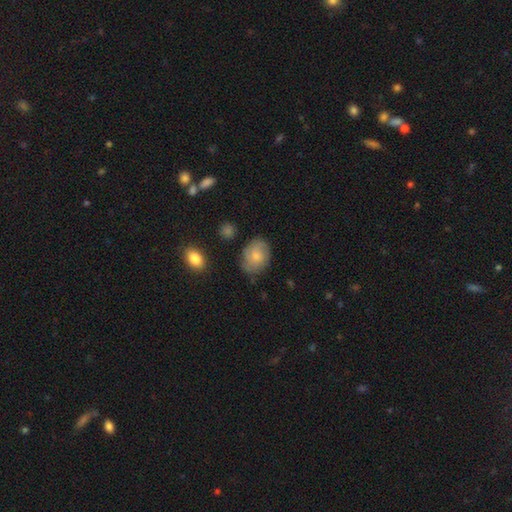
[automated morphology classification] A smooth galaxy with no disk features (65%) that is in between round and cigar-shaped (70%).

Vote fractions:
- Smooth or featured? smooth: 65% / featured or disk: 28% / star or artifact: 7%
- How rounded? in between: 70% / round: 28% / cigar-shaped: 1%
- Merging? none: 73% / minor disturbance: 20% / major disturbance: 5% / merger: 2%